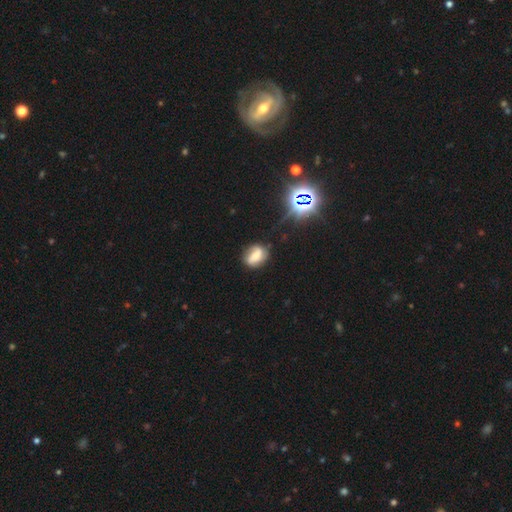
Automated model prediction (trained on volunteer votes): smooth-or-featured: smooth: 44% | featured or disk: 42% | star or artifact: 15%
  merging: none: 64% | minor disturbance: 24% | major disturbance: 9% | merger: 4%